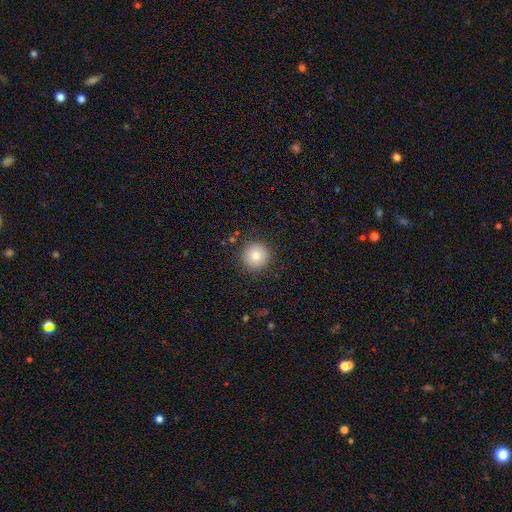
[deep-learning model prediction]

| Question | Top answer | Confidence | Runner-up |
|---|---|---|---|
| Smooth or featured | smooth | 79% | star or artifact (11%) |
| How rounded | round | 96% | in between (3%) |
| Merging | none | 90% | minor disturbance (6%) |